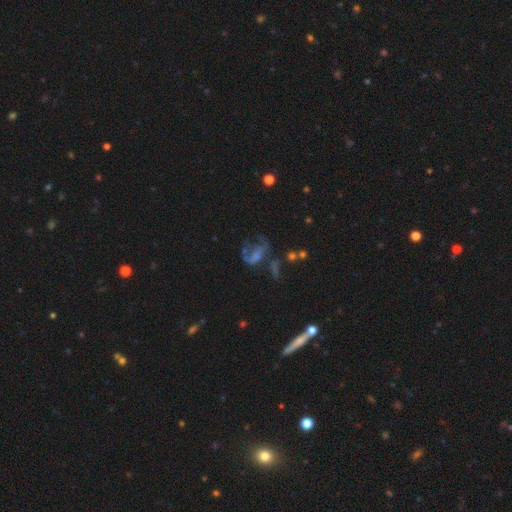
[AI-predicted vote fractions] Overall: featured or disk (54%; star or artifact 25%). Edge-on disk: no (92%). Merging: major disturbance (38%; none 35%).